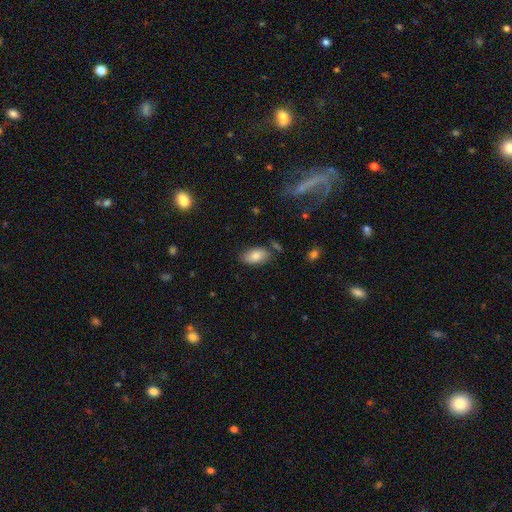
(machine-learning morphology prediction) A smooth galaxy with no disk features (81%) that is in between round and cigar-shaped (93%). Merging: none (78%).